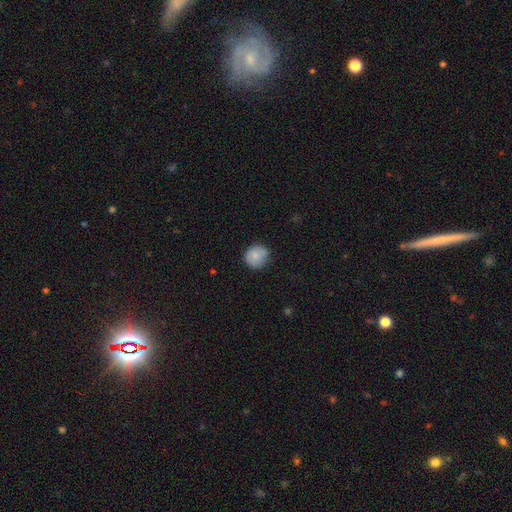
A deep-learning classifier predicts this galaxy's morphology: smooth_or_featured: smooth (p=0.83) [alt: featured or disk p=0.09]
how_rounded: round (p=0.88) [alt: in between p=0.11]
merging: none (p=0.76) [alt: minor disturbance p=0.19]